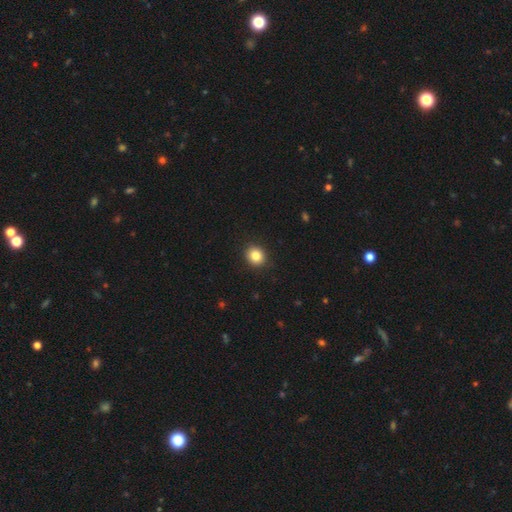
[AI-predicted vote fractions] Smooth or featured? Predicted: smooth (p=0.84). How rounded? Predicted: round (p=0.77). Merging? Predicted: none (p=0.91).